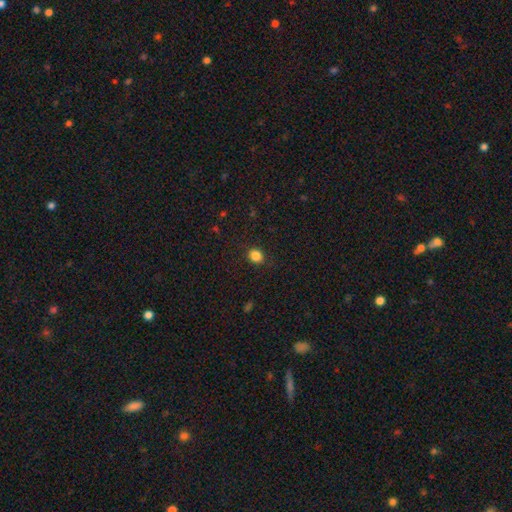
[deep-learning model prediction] A smooth galaxy with no disk features (84%) that is round (71%). Merging: none (88%).